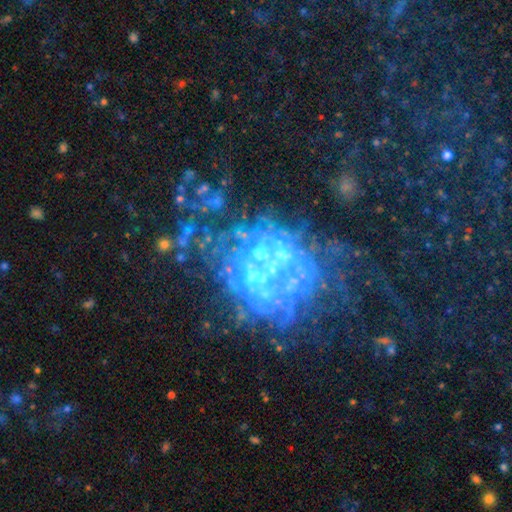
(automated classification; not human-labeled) Smooth or featured? featured or disk (59%)
Edge-on disk? no (97%)
Bar? no (90%)
Spiral arms? no (88%)
Bulge size? none (47%)
Merging? none (34%)